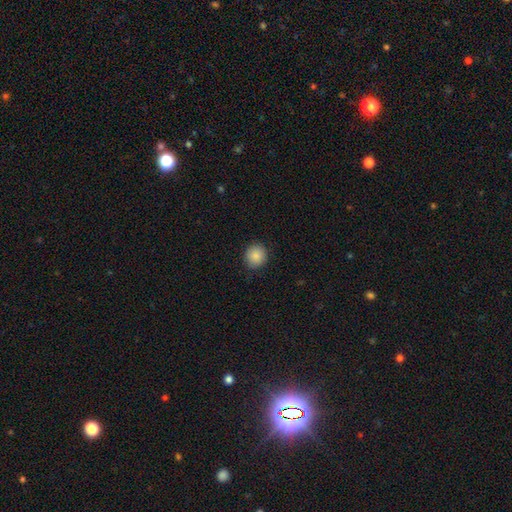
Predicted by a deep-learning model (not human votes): Smooth or featured? Predicted: smooth (p=0.88). How rounded? Predicted: round (p=0.88). Merging? Predicted: none (p=0.89).